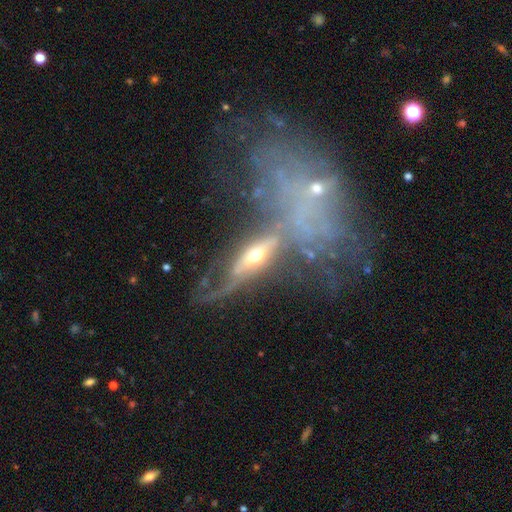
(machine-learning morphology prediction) A featured or disk galaxy (68%). Merging: none (38%).